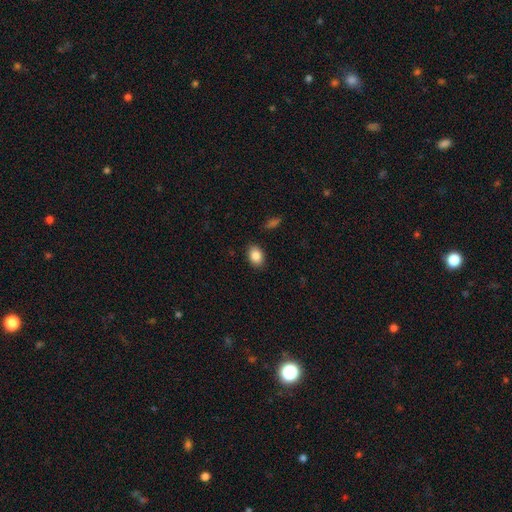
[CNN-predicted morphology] Overall: smooth (86%). How rounded: in between (78%). Merging: none (88%).